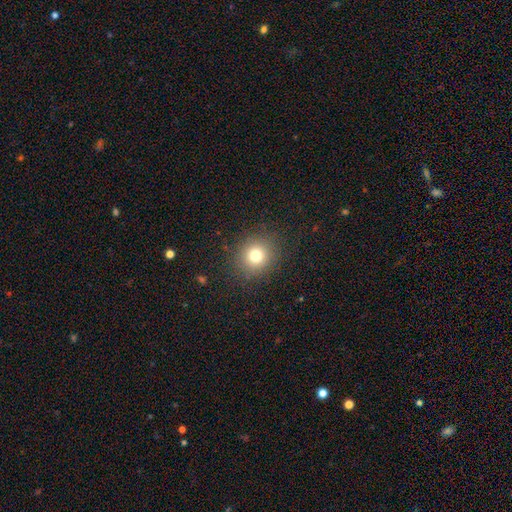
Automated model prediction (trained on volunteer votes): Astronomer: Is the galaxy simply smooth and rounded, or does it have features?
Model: smooth — 77%.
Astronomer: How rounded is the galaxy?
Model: round — 87%.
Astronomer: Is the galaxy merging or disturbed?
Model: none — 88%.